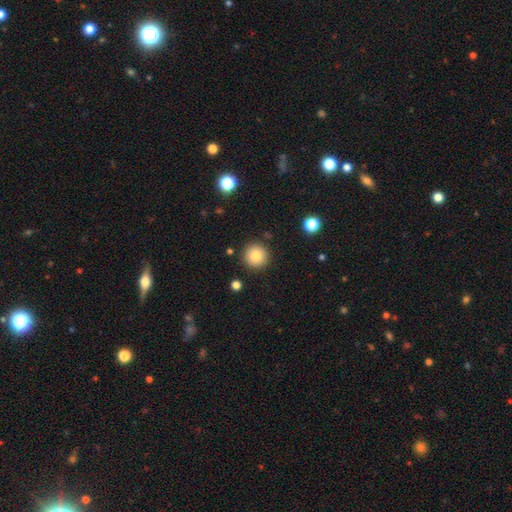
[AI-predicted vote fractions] Smooth or featured: smooth — 85% (star or artifact — 9%)
How rounded: round — 96% (in between — 3%)
Merging: none — 90% (minor disturbance — 6%)